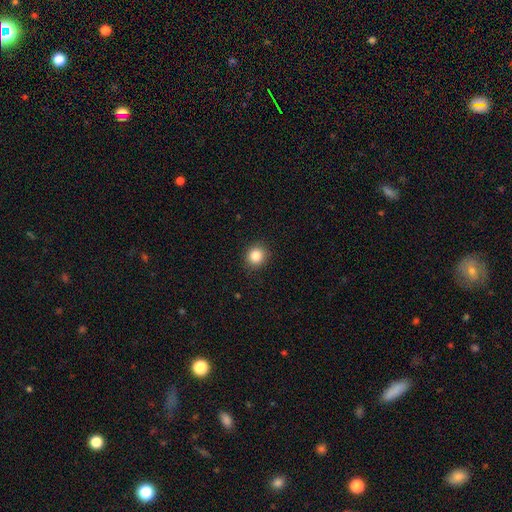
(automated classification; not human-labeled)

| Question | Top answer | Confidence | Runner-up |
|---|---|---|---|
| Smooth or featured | smooth | 85% | star or artifact (10%) |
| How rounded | round | 87% | in between (12%) |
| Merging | none | 90% | minor disturbance (7%) |